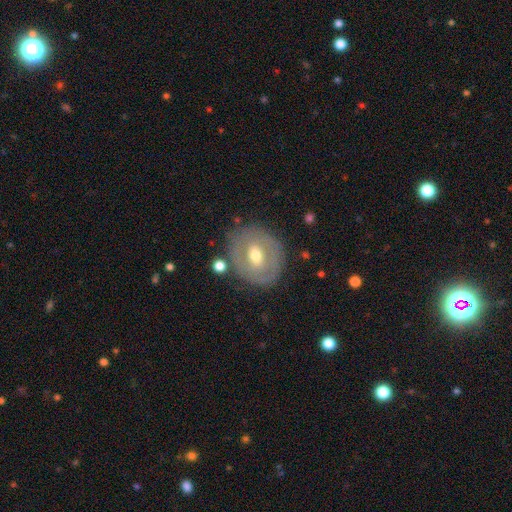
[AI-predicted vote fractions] The model was most divided on "bar": weak: 44%, no: 39%, strong: 17%. More confident: edge-on disk — no (94%); merging — none (78%); bulge size — moderate (71%); spiral arms — no (64%); smooth or featured — featured or disk (60%).